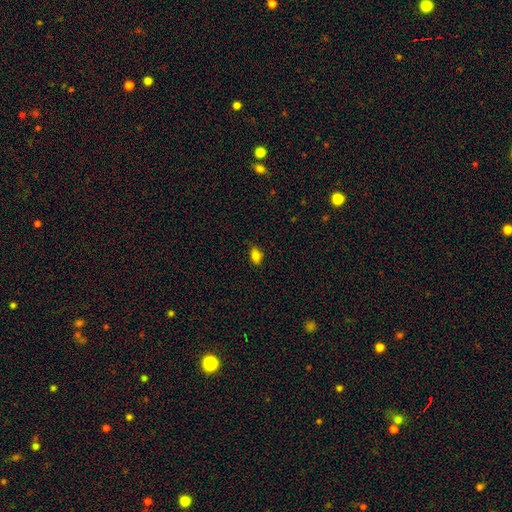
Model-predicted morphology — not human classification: smooth-or-featured: smooth: 83% | star or artifact: 11% | featured or disk: 6%
  how-rounded: in between: 83% | round: 14% | cigar-shaped: 3%
  merging: none: 79% | minor disturbance: 17% | major disturbance: 3% | merger: 1%